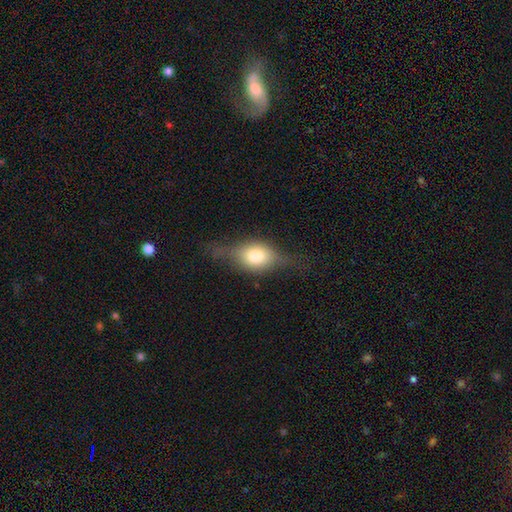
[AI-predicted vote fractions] A smooth galaxy with no disk features (48%).

Vote fractions:
- Smooth or featured? smooth: 48% / featured or disk: 44% / star or artifact: 9%
- Merging? none: 59% / minor disturbance: 25% / major disturbance: 15% / merger: 2%